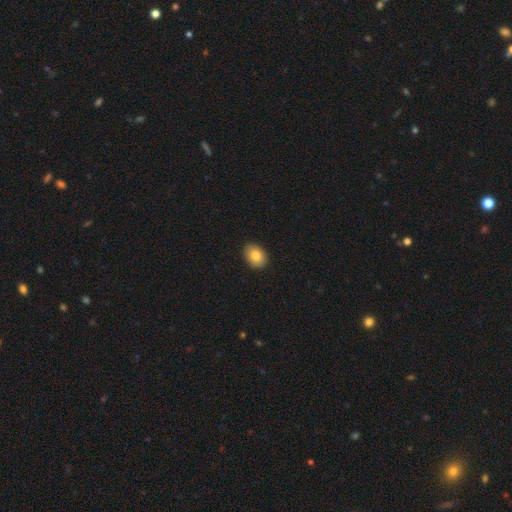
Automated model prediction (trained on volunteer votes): smooth 83%, featured or disk 9%, star or artifact 8%. Down the decision tree: how rounded — in between (71%); merging — none (89%).